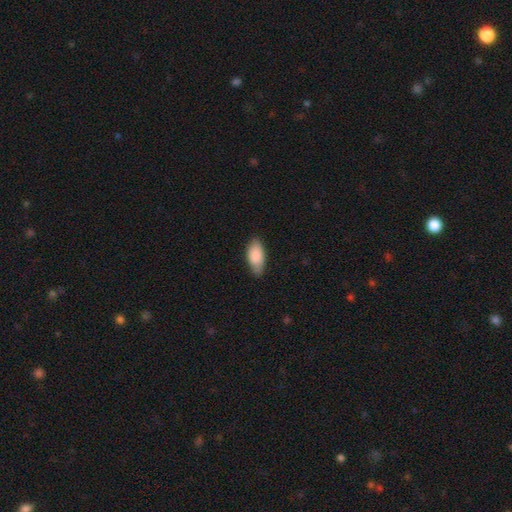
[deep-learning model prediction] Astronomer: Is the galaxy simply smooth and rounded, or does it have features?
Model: smooth — 87%.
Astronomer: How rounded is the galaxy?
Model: in between — 90%.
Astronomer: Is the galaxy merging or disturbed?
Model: none — 75%.